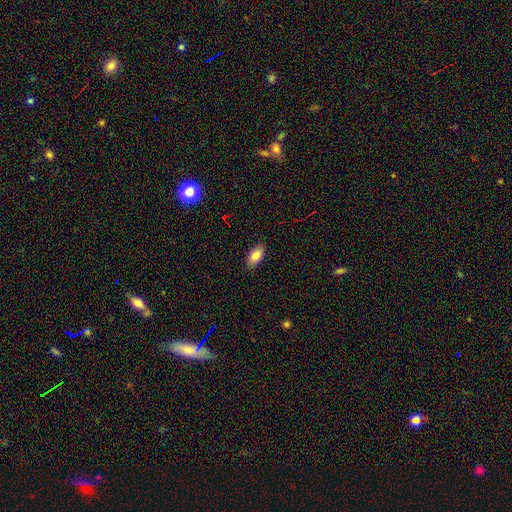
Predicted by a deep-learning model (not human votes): A smooth galaxy with no disk features (83%) that is in between round and cigar-shaped (91%).

Vote fractions:
- Smooth or featured? smooth: 83% / featured or disk: 9% / star or artifact: 7%
- How rounded? in between: 91% / cigar-shaped: 5% / round: 4%
- Merging? none: 87% / minor disturbance: 10% / major disturbance: 2% / merger: 1%